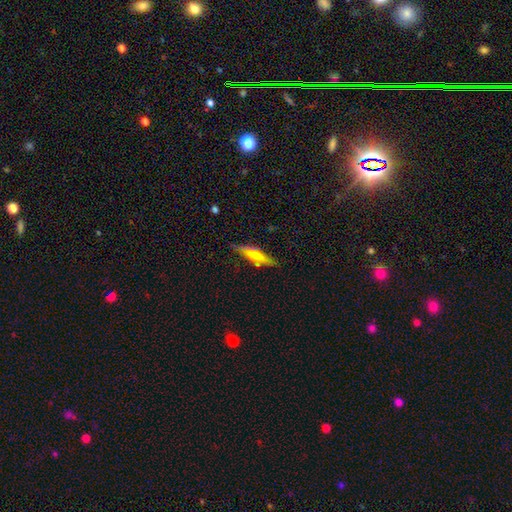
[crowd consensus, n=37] smooth_or_featured: featured or disk (p=0.54) [alt: smooth p=0.43]
disk_edge_on: yes (p=0.90) [alt: no p=0.10]
edge_on_bulge: rounded (p=0.67) [alt: boxy p=0.28]
merging: none (p=0.69) [alt: minor disturbance p=0.17]